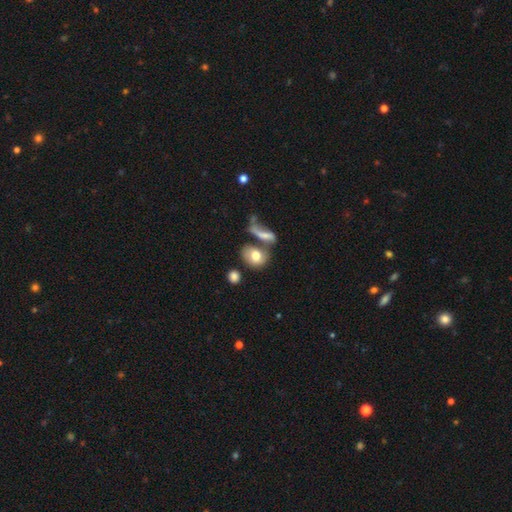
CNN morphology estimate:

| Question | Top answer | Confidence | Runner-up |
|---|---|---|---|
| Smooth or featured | smooth | 72% | featured or disk (19%) |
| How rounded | in between | 58% | round (38%) |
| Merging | none | 37% | tied: merger (37%) |